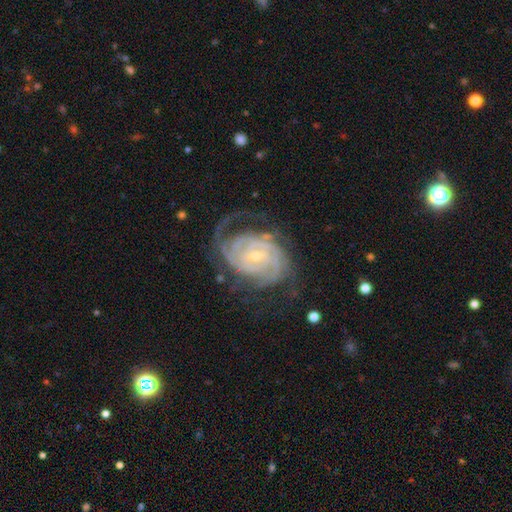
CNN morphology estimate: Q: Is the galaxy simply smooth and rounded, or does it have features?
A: featured or disk — 90%.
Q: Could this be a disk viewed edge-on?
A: no — 97%.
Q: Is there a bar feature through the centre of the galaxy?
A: no — 46%.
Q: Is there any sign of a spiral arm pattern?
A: yes — 98%.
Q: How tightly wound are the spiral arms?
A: tight — 72%.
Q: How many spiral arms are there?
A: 2 — 34%.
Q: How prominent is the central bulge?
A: small — 74%.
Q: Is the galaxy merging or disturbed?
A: none — 63%.